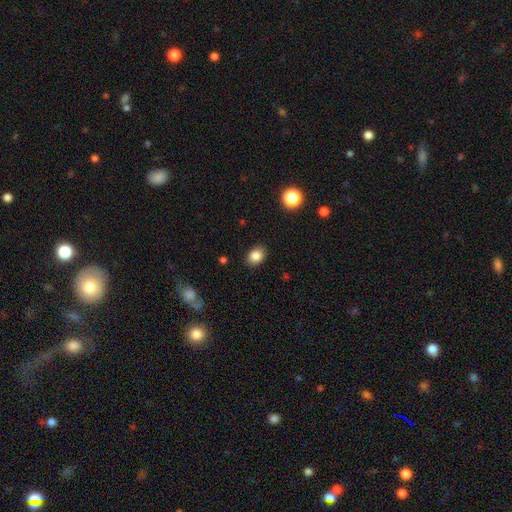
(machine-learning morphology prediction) smooth_or_featured: smooth (p=0.85) [alt: star or artifact p=0.10]
how_rounded: in between (p=0.60) [alt: round p=0.39]
merging: none (p=0.88) [alt: minor disturbance p=0.08]